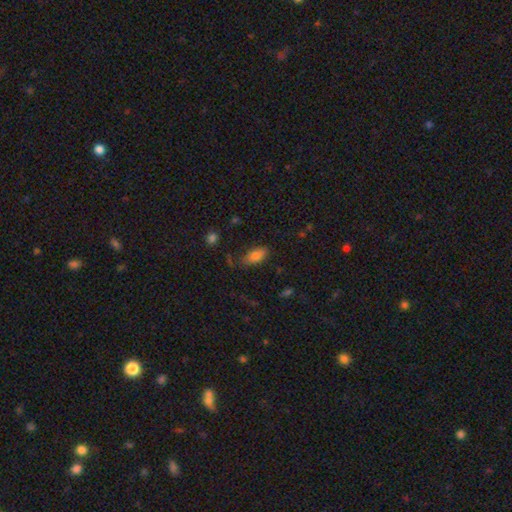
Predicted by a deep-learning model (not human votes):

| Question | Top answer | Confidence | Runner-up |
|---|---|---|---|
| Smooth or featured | smooth | 81% | featured or disk (10%) |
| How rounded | in between | 90% | cigar-shaped (7%) |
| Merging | none | 70% | minor disturbance (22%) |